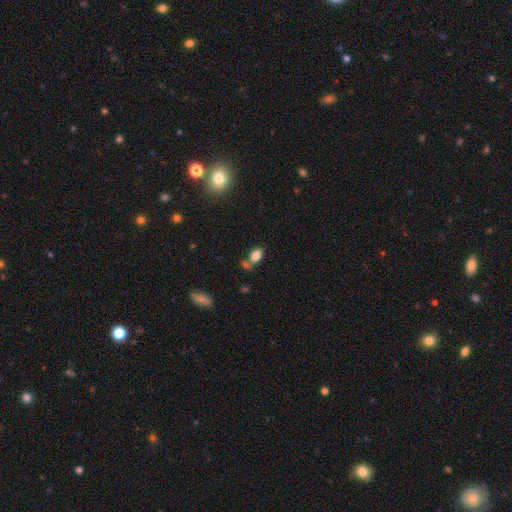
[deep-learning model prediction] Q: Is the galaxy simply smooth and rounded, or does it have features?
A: smooth — 82%.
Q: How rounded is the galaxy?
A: in between — 87%.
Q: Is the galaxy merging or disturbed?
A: none — 54%.